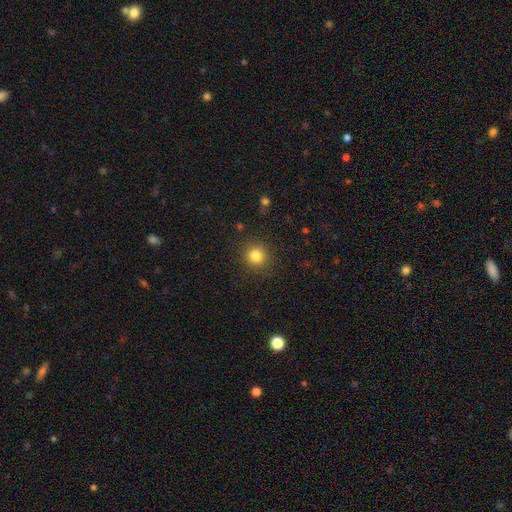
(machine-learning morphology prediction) A smooth galaxy with no disk features (83%) that is round (91%). Merging: none (89%).